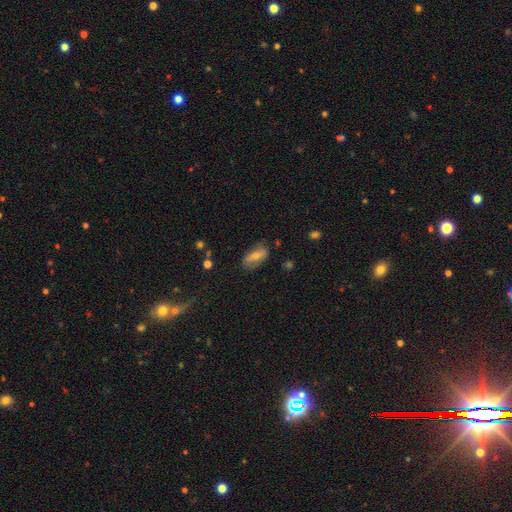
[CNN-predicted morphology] smooth_or_featured: smooth (p=0.45) [alt: featured or disk p=0.43]
merging: none (p=0.76) [alt: minor disturbance p=0.17]